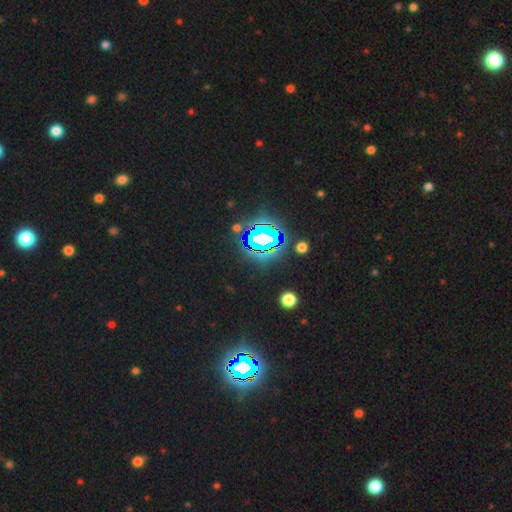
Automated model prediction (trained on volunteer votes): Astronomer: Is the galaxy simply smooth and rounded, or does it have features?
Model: star or artifact — 85%.